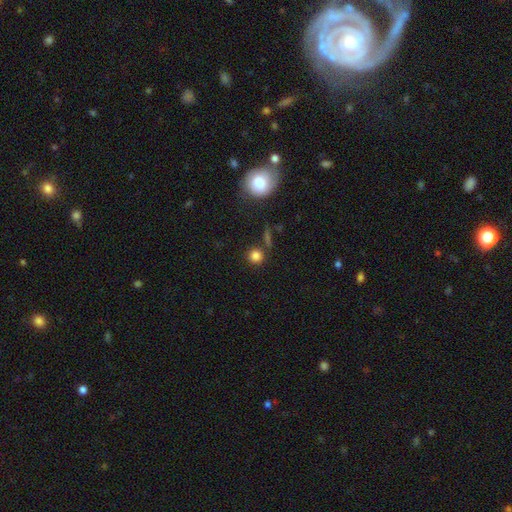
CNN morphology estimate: smooth 82%, star or artifact 13%, featured or disk 5%. Down the decision tree: how rounded — round (90%); merging — none (80%).